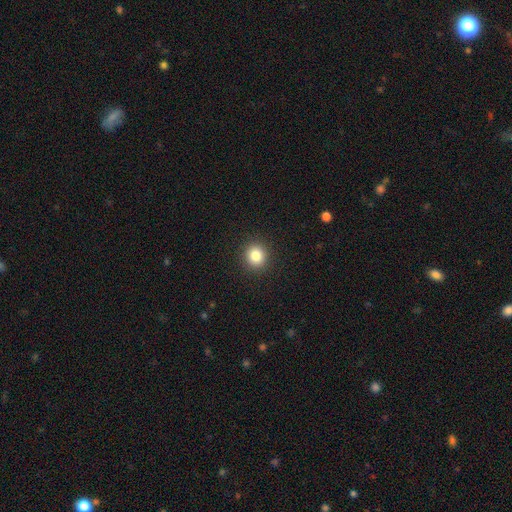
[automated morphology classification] smooth-or-featured: smooth: 84% | star or artifact: 11% | featured or disk: 6%
  how-rounded: round: 89% | in between: 10% | cigar-shaped: 1%
  merging: none: 92% | minor disturbance: 5% | major disturbance: 2% | merger: 1%